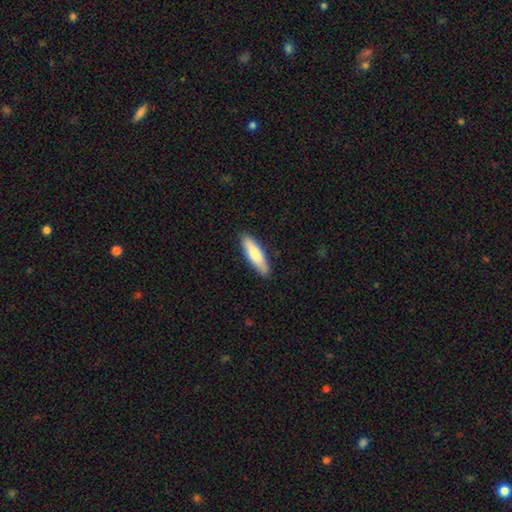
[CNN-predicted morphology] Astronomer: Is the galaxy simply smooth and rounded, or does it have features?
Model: smooth — 75%.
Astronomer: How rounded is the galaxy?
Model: cigar-shaped — 65%.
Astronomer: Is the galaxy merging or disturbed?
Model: none — 89%.